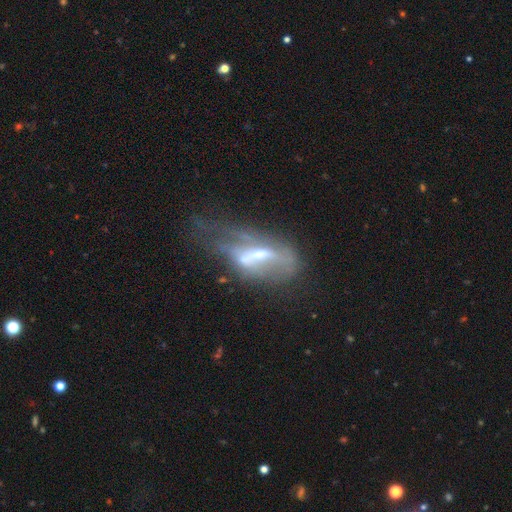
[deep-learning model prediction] Smooth or featured?
  - featured or disk: 63% *
  - smooth: 26%
  - star or artifact: 11%
Edge-on disk?
  - no: 80% *
  - yes: 20%
Bar?
  - strong: 42% *
  - no: 30%
  - weak: 29%
Spiral arms?
  - no: 63% *
  - yes: 37%
Bulge size?
  - moderate: 42% *
  - small: 31%
  - none: 14%
  - large: 10%
  - dominant: 2%
Merging?
  - major disturbance: 45% *
  - none: 23%
  - minor disturbance: 21%
  - merger: 11%